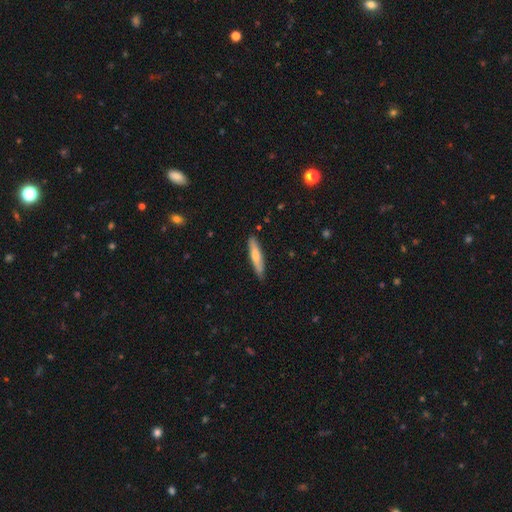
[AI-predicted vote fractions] Morphology: type=smooth (66%); roundness=cigar-shaped (87%); merging=none (84%).